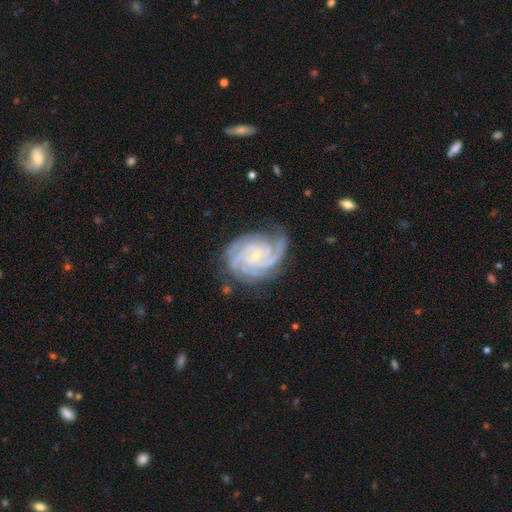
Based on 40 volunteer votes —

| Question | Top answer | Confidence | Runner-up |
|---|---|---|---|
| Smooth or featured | featured or disk | 95% | star or artifact (5%) |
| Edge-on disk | no | 97% | yes (3%) |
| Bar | no | 70% | weak (19%) |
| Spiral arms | yes | 100% | — |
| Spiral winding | tight | 68% | medium (32%) |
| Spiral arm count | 4 | 32% | 3 (24%) |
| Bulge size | small | 57% | moderate (43%) |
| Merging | none | 74% | minor disturbance (16%) |